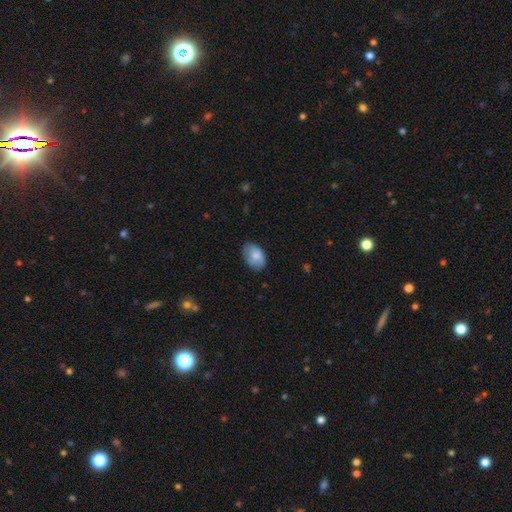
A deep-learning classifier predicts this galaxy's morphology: smooth 78%, featured or disk 15%, star or artifact 7%. Down the decision tree: how rounded — in between (88%); merging — none (71%).